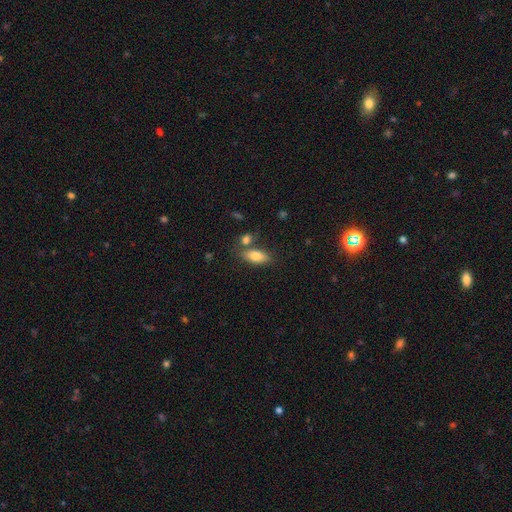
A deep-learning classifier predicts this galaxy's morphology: Smooth or featured?
  - smooth: 82% *
  - featured or disk: 11%
  - star or artifact: 7%
How rounded?
  - in between: 85% *
  - cigar-shaped: 11%
  - round: 4%
Merging?
  - none: 67% *
  - merger: 15%
  - minor disturbance: 13%
  - major disturbance: 4%